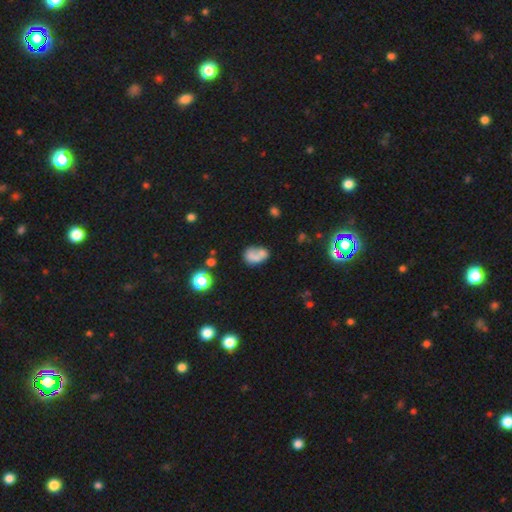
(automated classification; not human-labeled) This appears to be a smooth galaxy with no disk features (62%) that is in between round and cigar-shaped (69%). Merging: merger (40%).